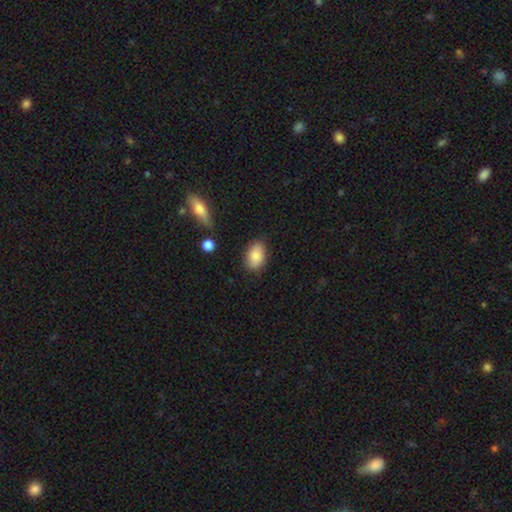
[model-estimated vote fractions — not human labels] smooth_or_featured: smooth (p=0.84) [alt: featured or disk p=0.09]
how_rounded: in between (p=0.88) [alt: round p=0.11]
merging: none (p=0.83) [alt: minor disturbance p=0.12]